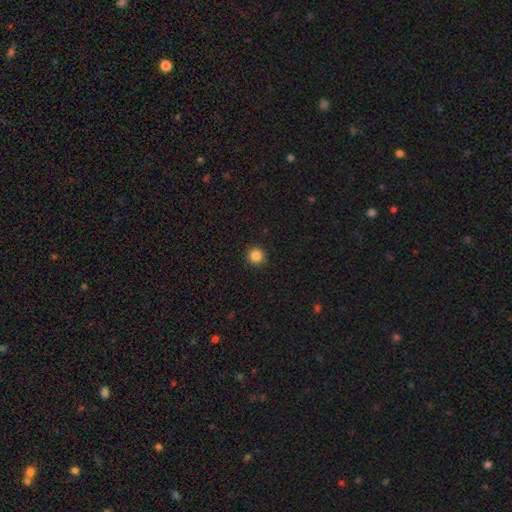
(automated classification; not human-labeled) This is clearly a smooth galaxy (85%). How rounded: clearly round (95%). Merging: clearly none (92%).